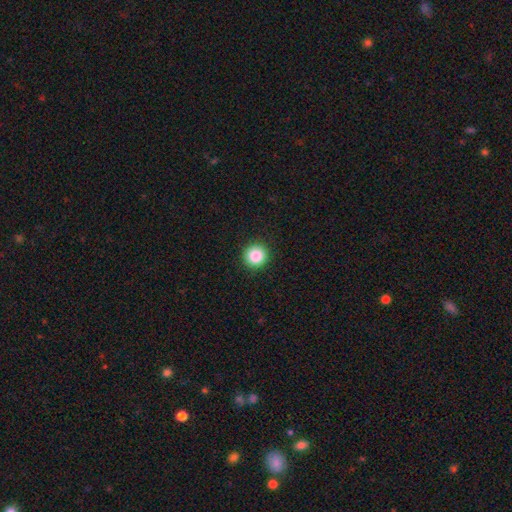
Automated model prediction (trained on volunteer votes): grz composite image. It shows a smooth galaxy with no disk features (87%) that is round (95%). Merging: none (93%).